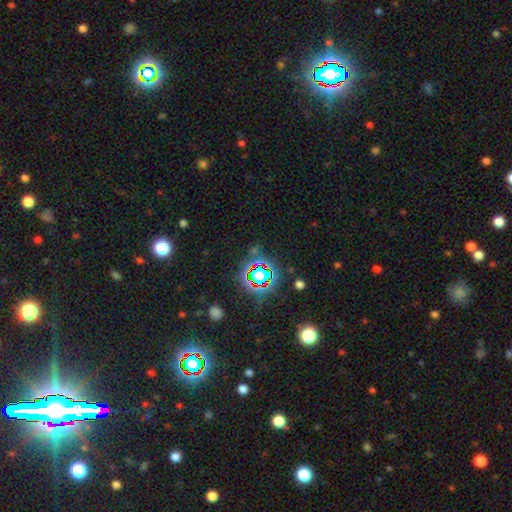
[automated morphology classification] star or artifact 76%, smooth 15%, featured or disk 9%.